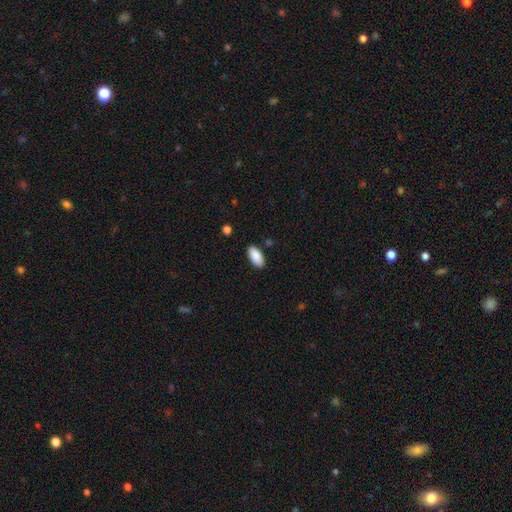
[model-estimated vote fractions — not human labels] Smooth or featured?
  - smooth: 90% *
  - star or artifact: 6%
  - featured or disk: 4%
How rounded?
  - in between: 92% *
  - cigar-shaped: 6%
  - round: 2%
Merging?
  - none: 87% *
  - minor disturbance: 10%
  - major disturbance: 2%
  - merger: 2%